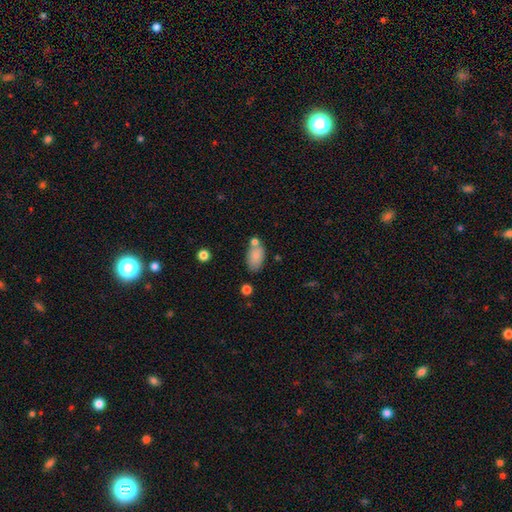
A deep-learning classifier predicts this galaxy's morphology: Smooth or featured?
  - smooth: 83% *
  - featured or disk: 9%
  - star or artifact: 8%
How rounded?
  - in between: 93% *
  - round: 5%
  - cigar-shaped: 2%
Merging?
  - none: 62% *
  - minor disturbance: 17%
  - merger: 16%
  - major disturbance: 5%